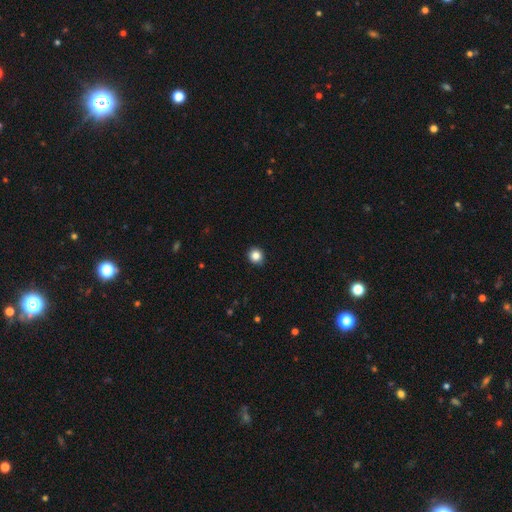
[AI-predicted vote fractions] Q: Smooth or featured?
A: smooth (85%); runner-up: star or artifact (11%)
Q: How rounded?
A: round (91%); runner-up: in between (8%)
Q: Merging?
A: none (92%); runner-up: minor disturbance (5%)